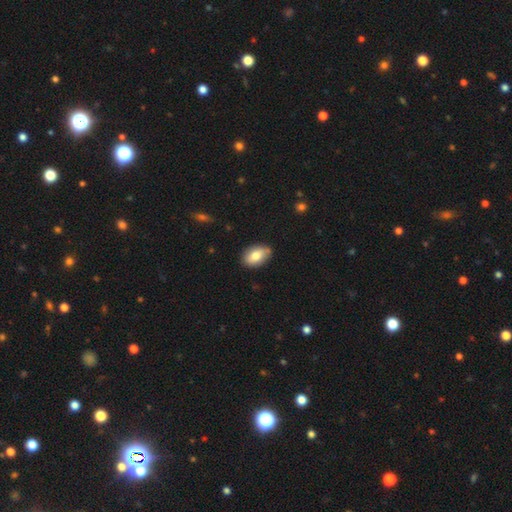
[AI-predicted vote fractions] Smooth or featured: smooth — 78% (featured or disk — 15%)
How rounded: in between — 89% (round — 10%)
Merging: none — 81% (minor disturbance — 15%)